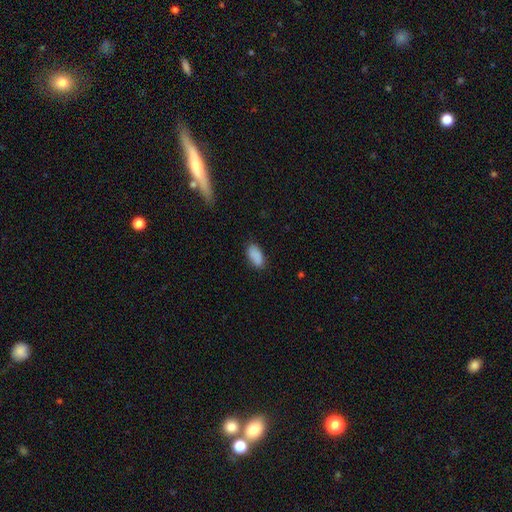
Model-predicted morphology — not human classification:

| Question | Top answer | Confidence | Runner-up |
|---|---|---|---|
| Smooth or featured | smooth | 88% | star or artifact (7%) |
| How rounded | in between | 92% | cigar-shaped (5%) |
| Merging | none | 82% | minor disturbance (14%) |